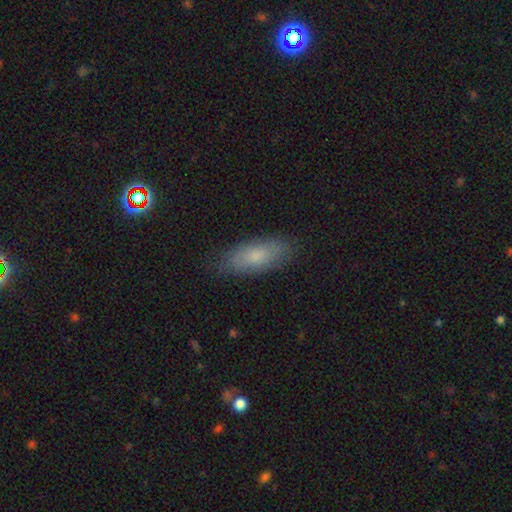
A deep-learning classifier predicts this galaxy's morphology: smooth_or_featured: smooth (p=0.73) [alt: featured or disk p=0.19]
how_rounded: in between (p=0.78) [alt: cigar-shaped p=0.20]
merging: none (p=0.81) [alt: minor disturbance p=0.15]